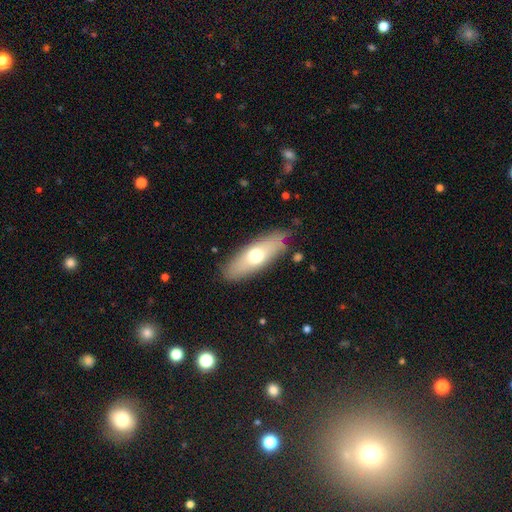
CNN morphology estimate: Smooth or featured? Predicted: smooth (p=0.60). How rounded? Predicted: in between (p=0.62). Merging? Predicted: none (p=0.79).